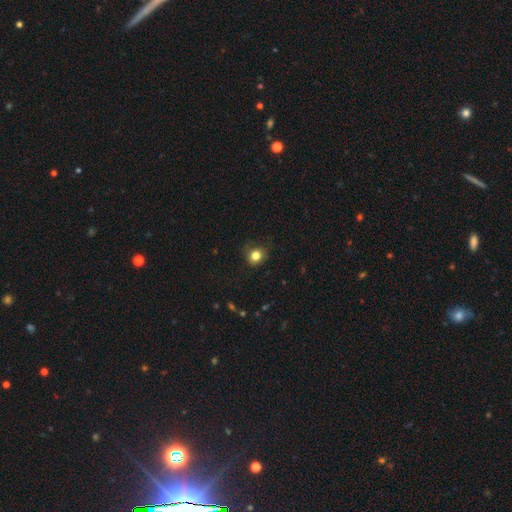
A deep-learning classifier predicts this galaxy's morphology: A smooth galaxy with no disk features (81%) that is round (80%). Merging: none (76%).